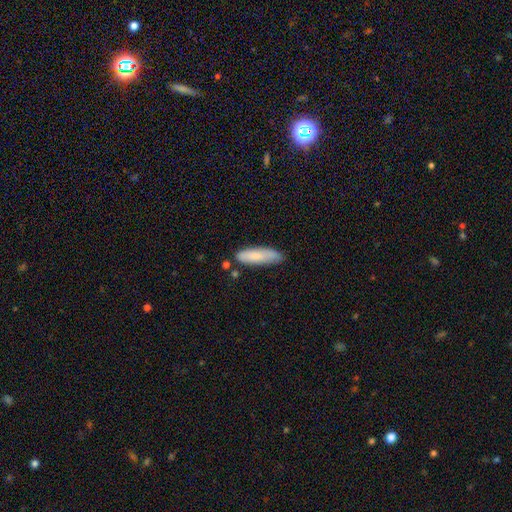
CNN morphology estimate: smooth-or-featured: smooth: 81% | featured or disk: 13% | star or artifact: 6%
  how-rounded: cigar-shaped: 60% | in between: 39% | round: 2%
  merging: none: 74% | minor disturbance: 18% | merger: 5% | major disturbance: 3%